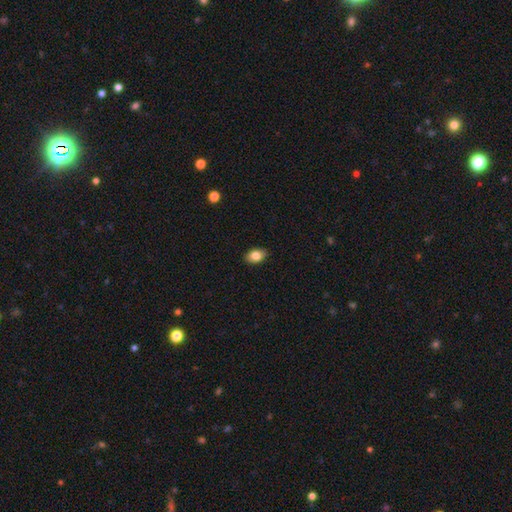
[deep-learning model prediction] smooth-or-featured: smooth: 84% | featured or disk: 8% | star or artifact: 8%
  how-rounded: in between: 84% | round: 14% | cigar-shaped: 1%
  merging: none: 89% | minor disturbance: 8% | major disturbance: 2% | merger: 1%